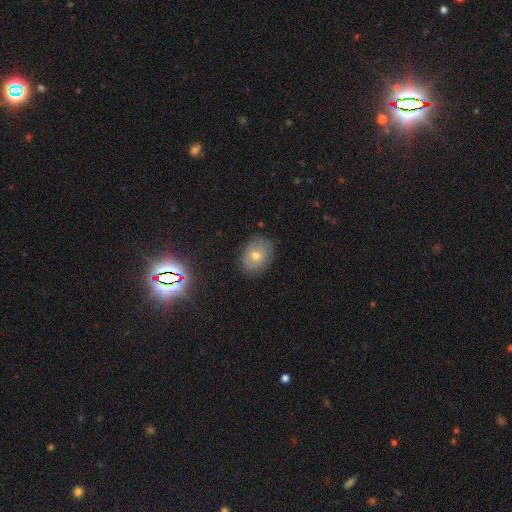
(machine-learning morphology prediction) Smooth or featured: smooth — 55% (featured or disk — 28%)
How rounded: in between — 65% (round — 34%)
Merging: none — 82% (minor disturbance — 13%)